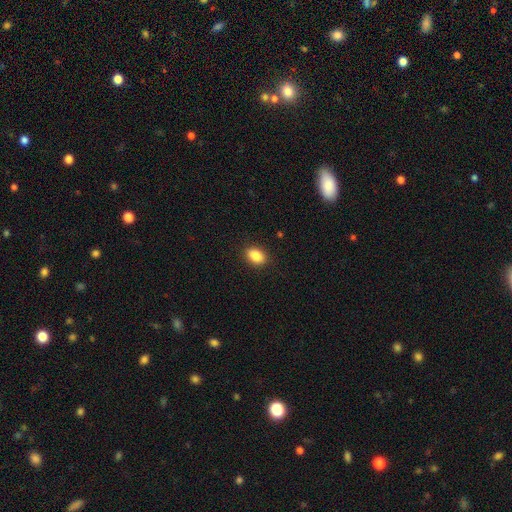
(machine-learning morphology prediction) Q: Smooth or featured?
A: smooth (88%); runner-up: star or artifact (8%)
Q: How rounded?
A: in between (82%); runner-up: round (16%)
Q: Merging?
A: none (89%); runner-up: minor disturbance (8%)